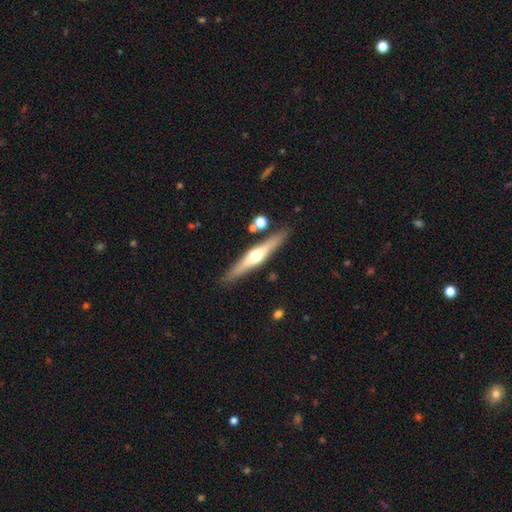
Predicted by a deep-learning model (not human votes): This appears to be a featured or disk galaxy (68%) viewed edge-on (96%) with a rounded central bulge (94%). Merging: none (87%).